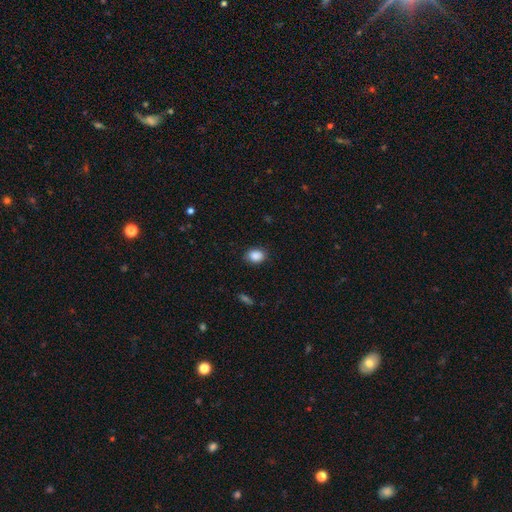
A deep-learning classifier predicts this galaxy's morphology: This is clearly a smooth galaxy (88%). How rounded: possibly in between (59%). Merging: clearly none (83%).